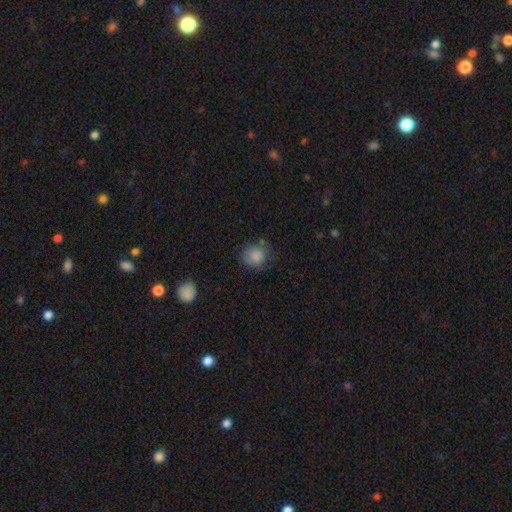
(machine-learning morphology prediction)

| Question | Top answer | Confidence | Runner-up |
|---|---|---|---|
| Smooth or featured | smooth | 84% | star or artifact (9%) |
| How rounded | round | 78% | in between (21%) |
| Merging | none | 69% | minor disturbance (22%) |